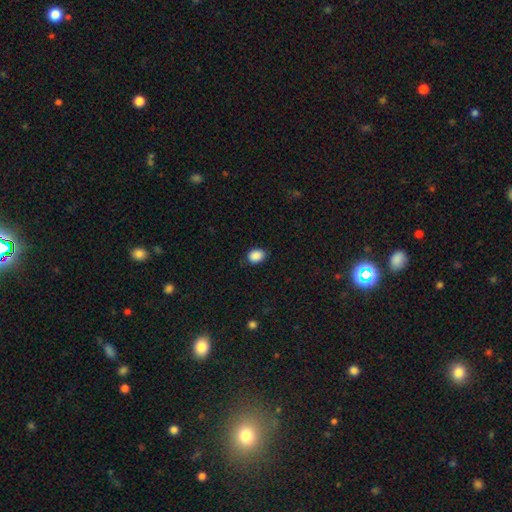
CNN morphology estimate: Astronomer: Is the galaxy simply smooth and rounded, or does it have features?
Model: smooth — 89%.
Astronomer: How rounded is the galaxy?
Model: in between — 59% (runner-up: round, 40%).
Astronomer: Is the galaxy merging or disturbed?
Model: none — 83%.